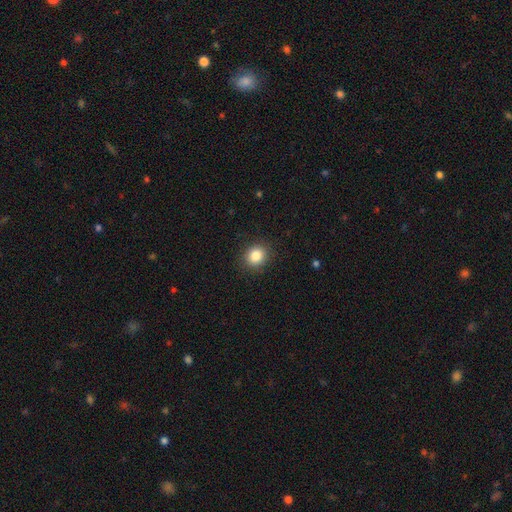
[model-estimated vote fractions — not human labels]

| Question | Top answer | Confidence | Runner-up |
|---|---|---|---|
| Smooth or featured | smooth | 84% | star or artifact (10%) |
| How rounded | round | 76% | in between (24%) |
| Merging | none | 89% | minor disturbance (7%) |